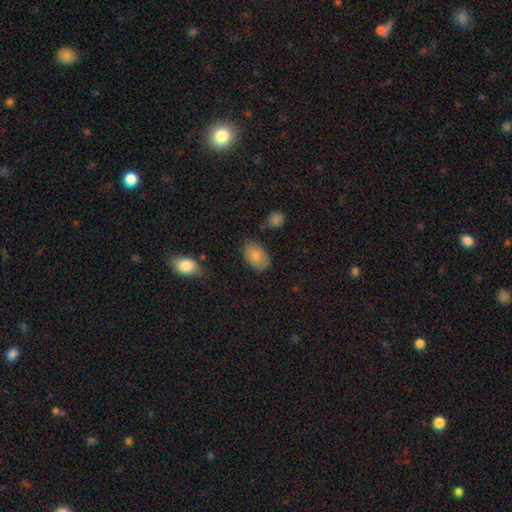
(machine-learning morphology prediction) type=smooth (80%); roundness=in between (88%); merging=none (74%).